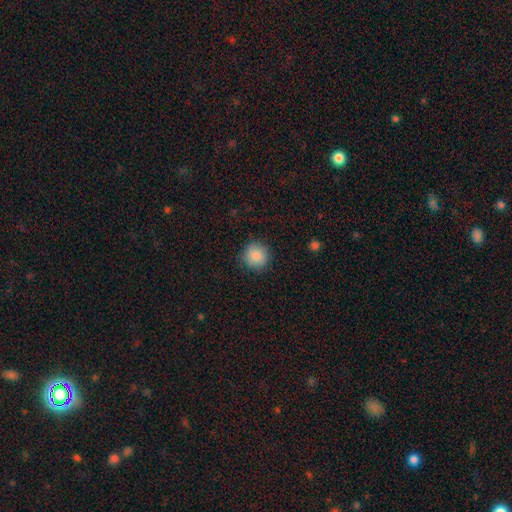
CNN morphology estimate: This is clearly a smooth galaxy (87%). How rounded: clearly round (93%). Merging: clearly none (88%).